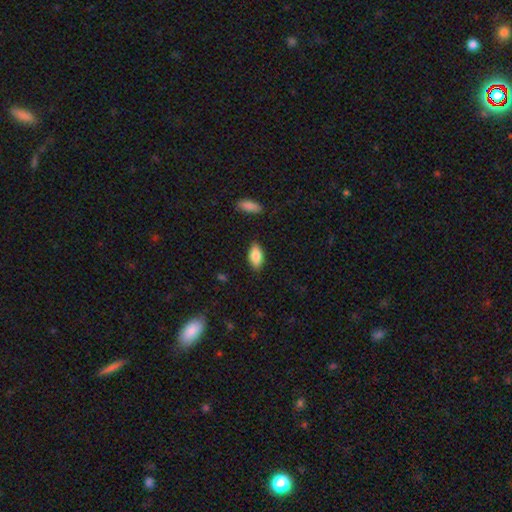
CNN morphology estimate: smooth_or_featured: smooth (p=0.81) [alt: featured or disk p=0.13]
how_rounded: in between (p=0.89) [alt: cigar-shaped p=0.08]
merging: none (p=0.85) [alt: minor disturbance p=0.11]